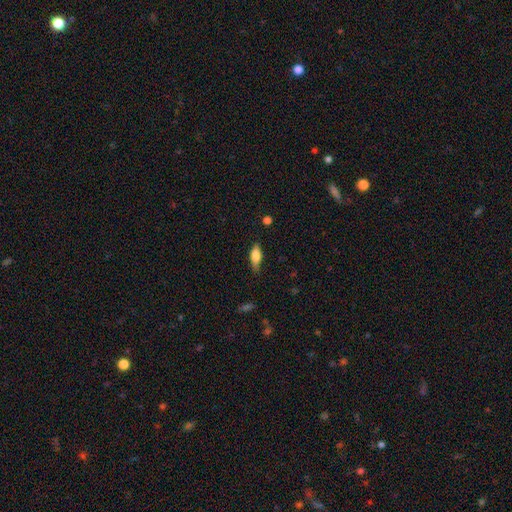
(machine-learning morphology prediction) Smooth or featured: smooth — 72% (featured or disk — 20%)
How rounded: in between — 72% (cigar-shaped — 25%)
Merging: none — 68% (minor disturbance — 25%)